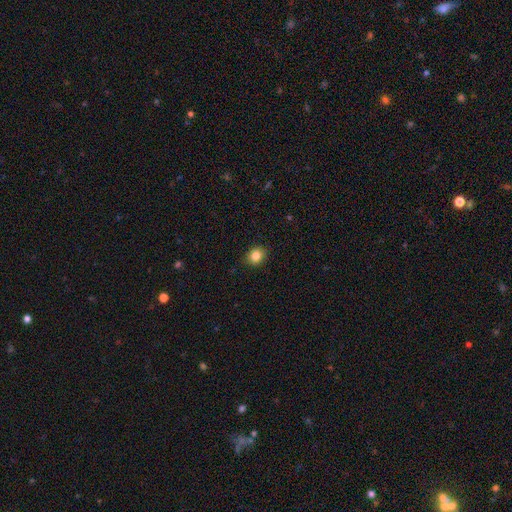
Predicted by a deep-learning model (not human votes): Q: Smooth or featured?
A: smooth (85%); runner-up: star or artifact (10%)
Q: How rounded?
A: round (66%); runner-up: in between (33%)
Q: Merging?
A: none (89%); runner-up: minor disturbance (8%)